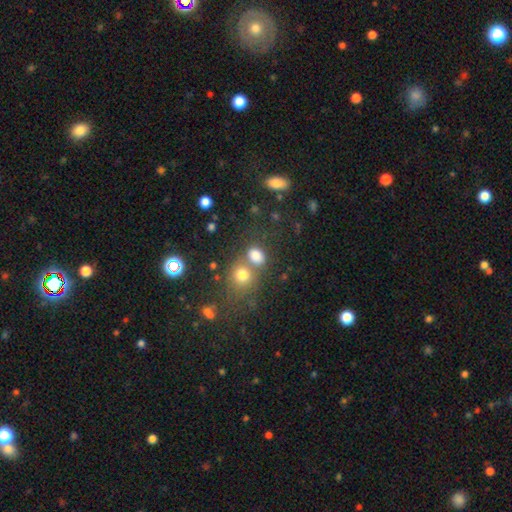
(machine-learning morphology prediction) This is likely a smooth galaxy (77%). How rounded: possibly in between (55%). Merging: possibly none (45%).